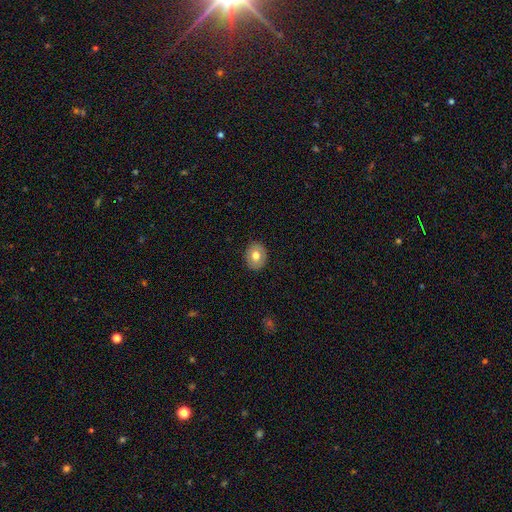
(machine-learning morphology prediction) Smooth or featured: smooth — 72% (featured or disk — 20%)
How rounded: round — 56% (in between — 44%)
Merging: none — 89% (minor disturbance — 8%)